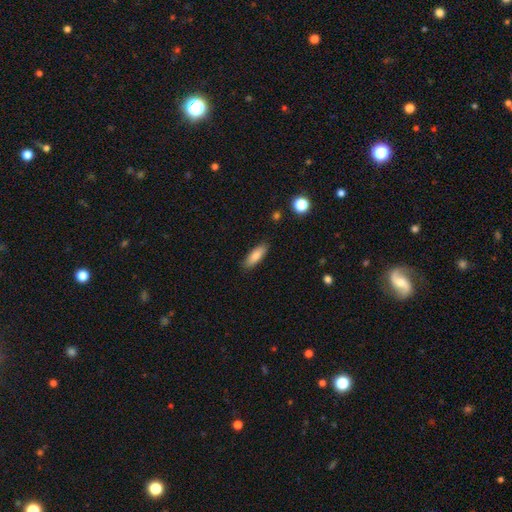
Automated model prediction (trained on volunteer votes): Smooth or featured? smooth (81%)
How rounded? in between (60%)
Merging? none (87%)